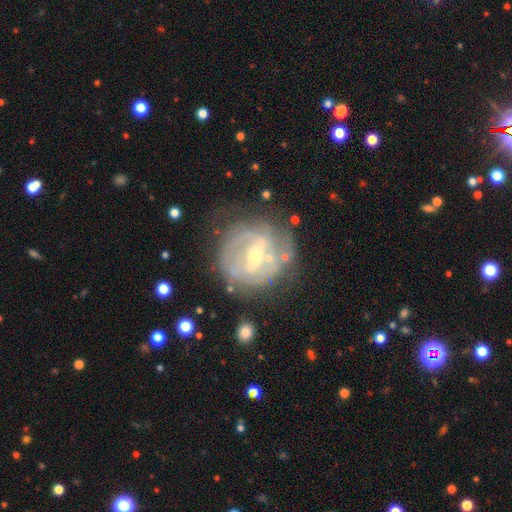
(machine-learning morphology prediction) featured or disk 76%, smooth 16%, star or artifact 7%. Down the decision tree: edge-on disk — no (97%); bar — weak (47%); spiral arms — yes (69%); spiral arm count — 2 (44%); spiral winding — tight (51%); bulge size — moderate (48%); merging — none (64%).